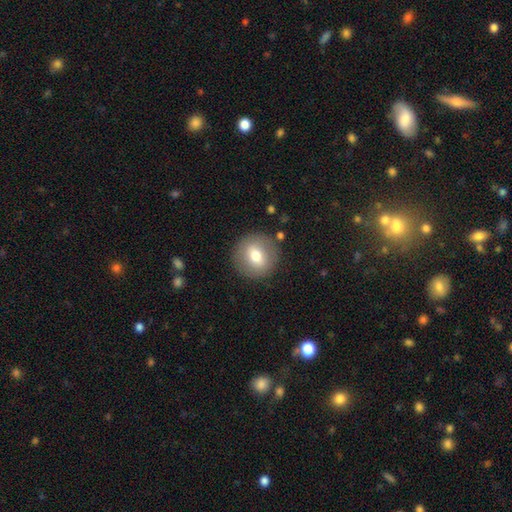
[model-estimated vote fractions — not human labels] A smooth galaxy with no disk features (68%) that is round (91%).

Vote fractions:
- Smooth or featured? smooth: 68% / featured or disk: 23% / star or artifact: 8%
- How rounded? round: 91% / in between: 8% / cigar-shaped: 1%
- Merging? none: 88% / minor disturbance: 7% / major disturbance: 3% / merger: 2%